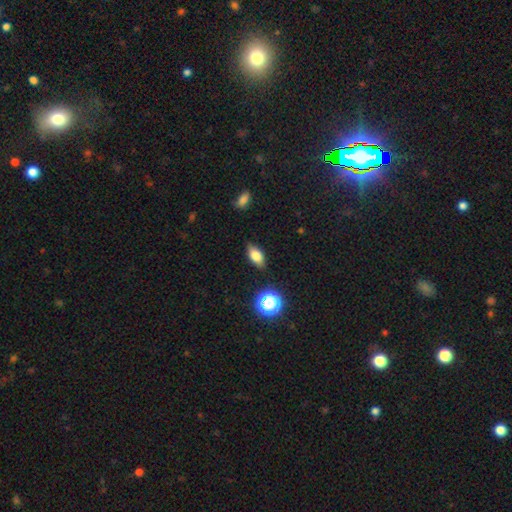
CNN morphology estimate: smooth_or_featured: smooth (p=0.74) [alt: featured or disk p=0.14]
how_rounded: in between (p=0.83) [alt: round p=0.09]
merging: none (p=0.84) [alt: minor disturbance p=0.12]